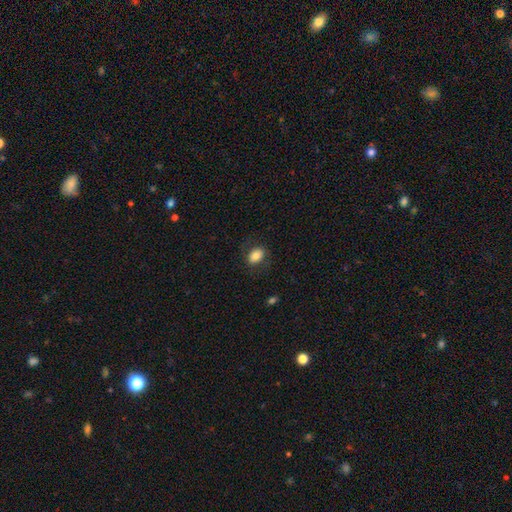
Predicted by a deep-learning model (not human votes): A smooth galaxy with no disk features (82%) that is in between round and cigar-shaped (78%). Merging: none (80%).